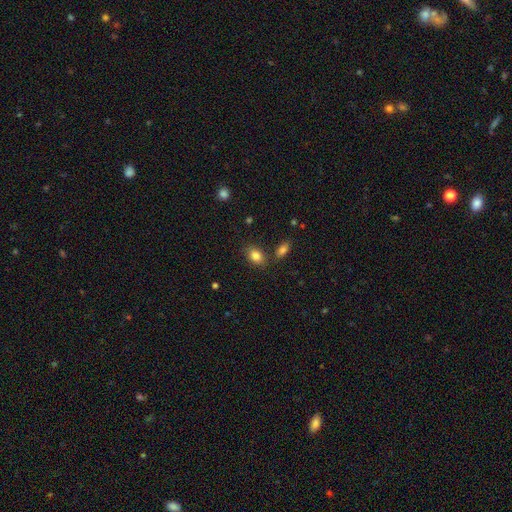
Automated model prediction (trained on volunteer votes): Smooth or featured?
  - smooth: 84% *
  - star or artifact: 9%
  - featured or disk: 7%
How rounded?
  - in between: 78% *
  - round: 21%
  - cigar-shaped: 1%
Merging?
  - none: 76% *
  - minor disturbance: 12%
  - merger: 9%
  - major disturbance: 3%